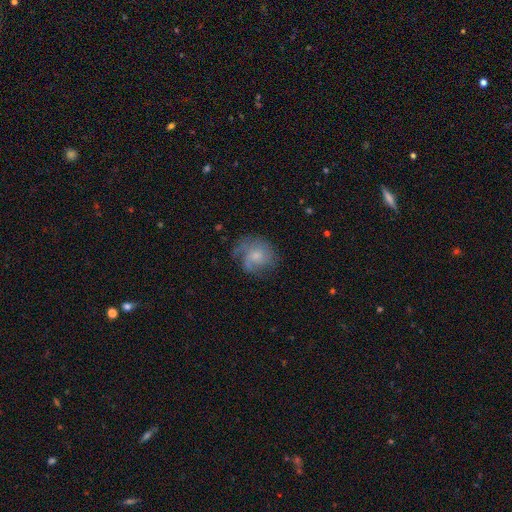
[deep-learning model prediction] A featured or disk galaxy (48%).

Vote fractions:
- Smooth or featured? featured or disk: 48% / smooth: 43% / star or artifact: 9%
- Merging? none: 51% / minor disturbance: 25% / major disturbance: 22% / merger: 2%